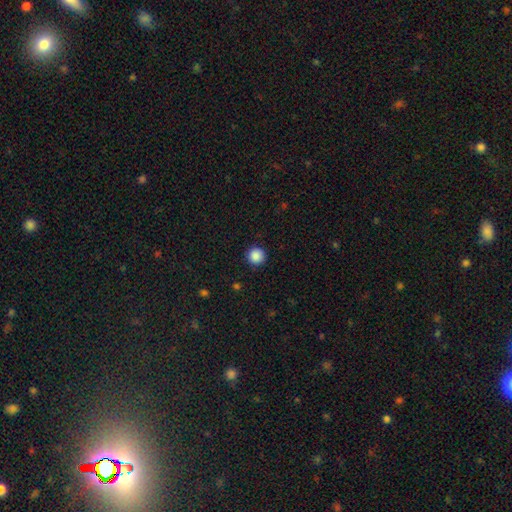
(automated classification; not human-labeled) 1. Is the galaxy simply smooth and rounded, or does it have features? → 88% smooth, 9% star or artifact, 3% featured or disk.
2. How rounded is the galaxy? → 96% round, 4% in between, 1% cigar-shaped.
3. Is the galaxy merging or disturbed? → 91% none, 6% minor disturbance, 2% major disturbance, 1% merger.